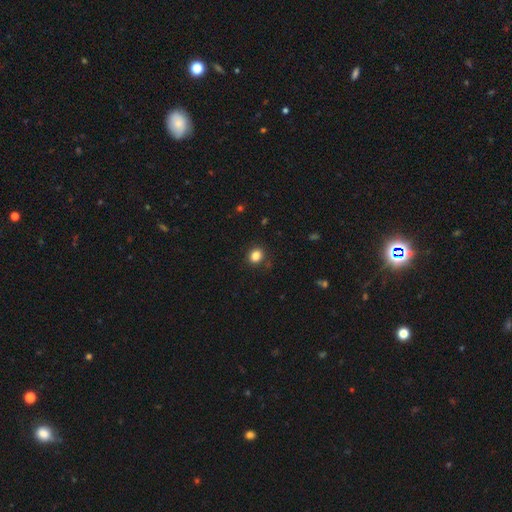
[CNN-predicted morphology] Smooth or featured? Predicted: smooth (p=0.84). How rounded? Predicted: round (p=0.67). Merging? Predicted: none (p=0.87).